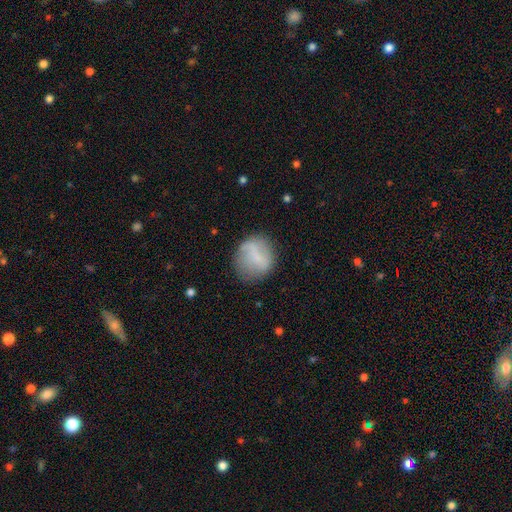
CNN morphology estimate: A smooth galaxy with no disk features (61%) that is round (75%).

Vote fractions:
- Smooth or featured? smooth: 61% / featured or disk: 31% / star or artifact: 8%
- How rounded? round: 75% / in between: 24% / cigar-shaped: 2%
- Merging? none: 70% / minor disturbance: 19% / major disturbance: 8% / merger: 2%